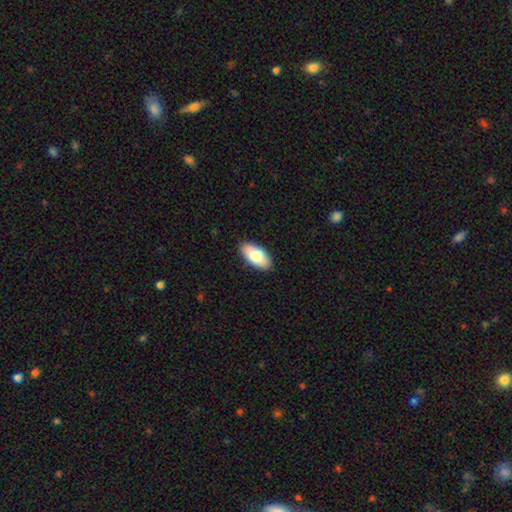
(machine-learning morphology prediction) Smooth or featured?
  - smooth: 77% *
  - featured or disk: 17%
  - star or artifact: 6%
How rounded?
  - in between: 93% *
  - cigar-shaped: 4%
  - round: 3%
Merging?
  - none: 88% *
  - minor disturbance: 9%
  - major disturbance: 2%
  - merger: 1%